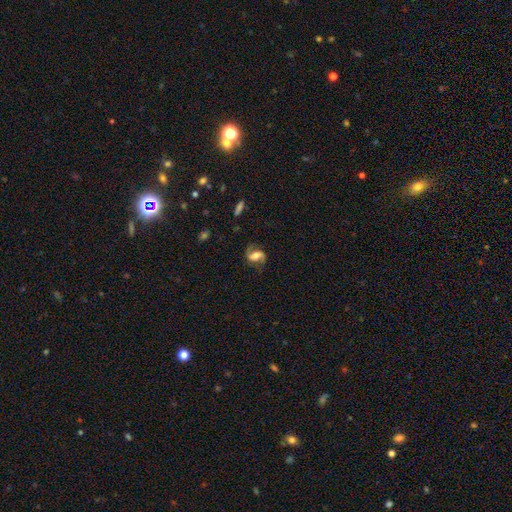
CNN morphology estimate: This is likely a featured or disk galaxy (67%). It is clearly not viewed edge-on (95%). Bar: marginally weak (40%). Spiral arm pattern: clearly yes (92%). Spiral arm count: clearly 2 (90%). Spiral winding: possibly loose (46%). Central bulge: possibly moderate (46%). Merging: likely none (72%).